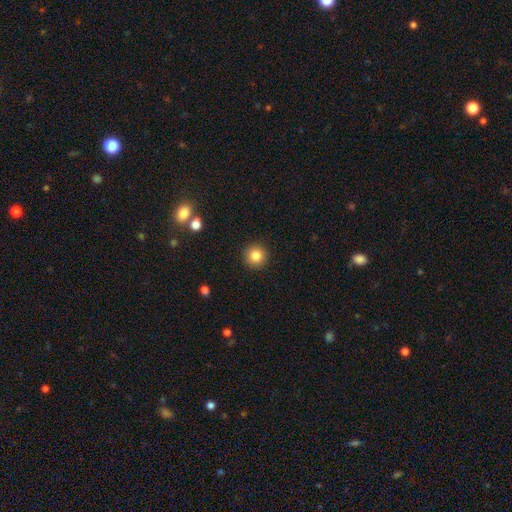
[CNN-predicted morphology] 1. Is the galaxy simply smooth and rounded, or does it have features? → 83% smooth, 11% star or artifact, 6% featured or disk.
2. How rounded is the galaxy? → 95% round, 4% in between, 1% cigar-shaped.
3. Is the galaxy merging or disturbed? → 93% none, 5% minor disturbance, 2% major disturbance, 1% merger.